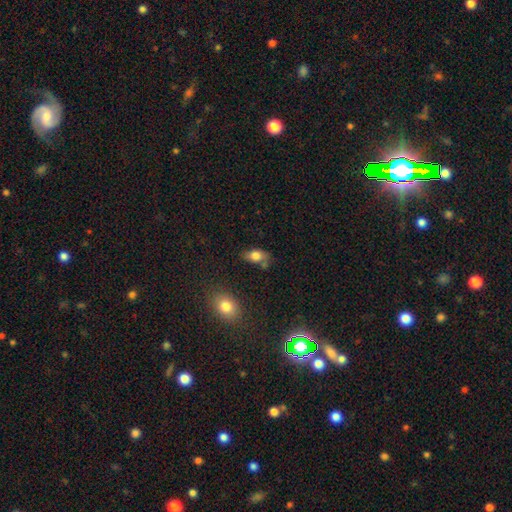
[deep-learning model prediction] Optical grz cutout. It shows a smooth galaxy with no disk features (77%) that is in between round and cigar-shaped (85%). Merging: none (55%).